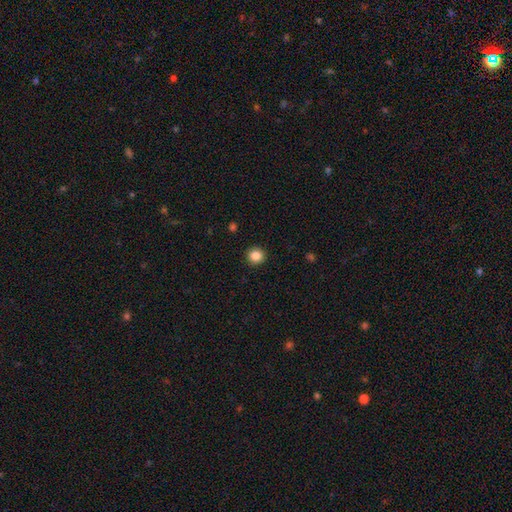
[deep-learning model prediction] Smooth or featured?
  - smooth: 86% *
  - star or artifact: 10%
  - featured or disk: 4%
How rounded?
  - round: 94% *
  - in between: 5%
  - cigar-shaped: 1%
Merging?
  - none: 93% *
  - minor disturbance: 4%
  - major disturbance: 2%
  - merger: 1%